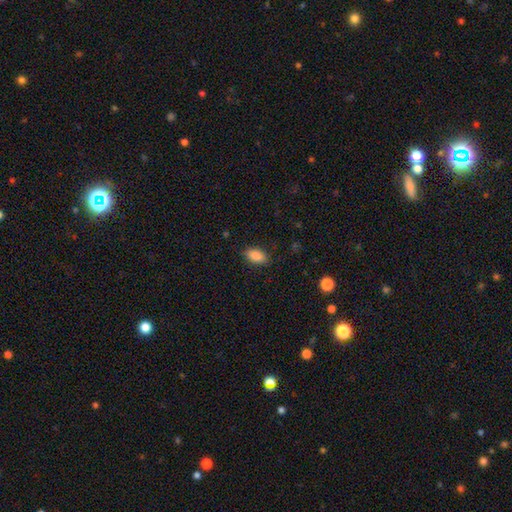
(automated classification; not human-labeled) Smooth or featured? Predicted: smooth (p=0.88). How rounded? Predicted: in between (p=0.92). Merging? Predicted: none (p=0.86).